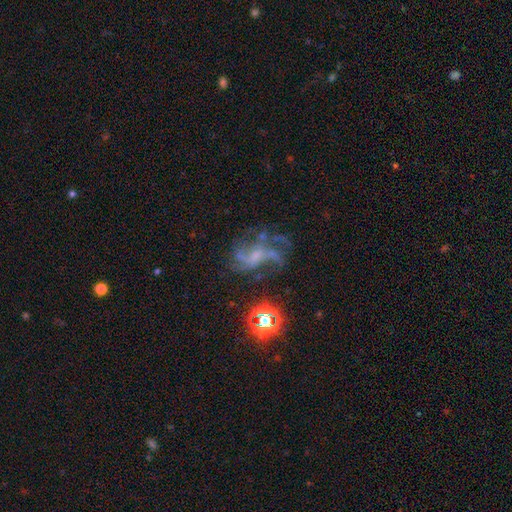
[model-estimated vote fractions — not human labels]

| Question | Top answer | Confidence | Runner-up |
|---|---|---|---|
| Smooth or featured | featured or disk | 69% | star or artifact (21%) |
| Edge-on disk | no | 97% | yes (3%) |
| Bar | no | 61% | weak (31%) |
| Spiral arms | yes | 82% | no (18%) |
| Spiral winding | loose | 52% | medium (36%) |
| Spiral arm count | can't tell | 26% | 3 (24%) |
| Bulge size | small | 46% | none (28%) |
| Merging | none | 49% | major disturbance (29%) |